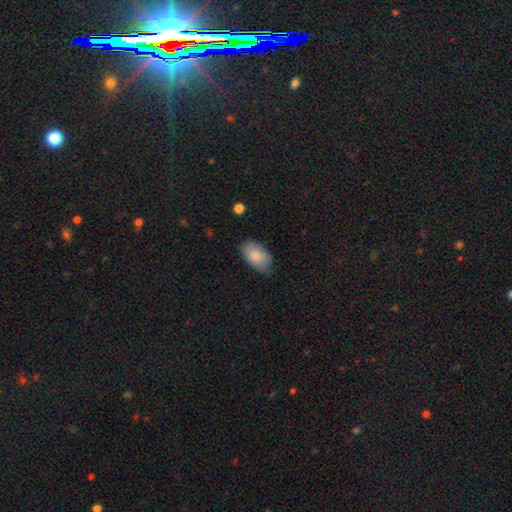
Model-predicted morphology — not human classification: type=smooth (83%); roundness=in between (93%); merging=none (64%).